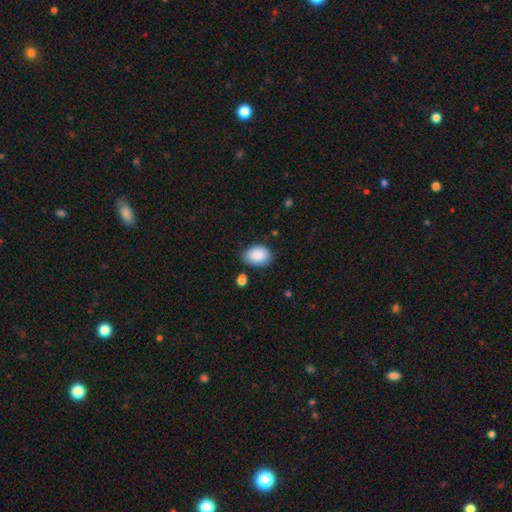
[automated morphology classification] type=smooth (90%); roundness=in between (84%); merging=none (77%).